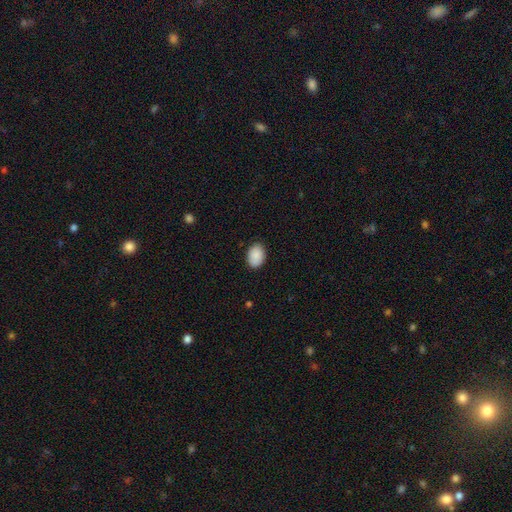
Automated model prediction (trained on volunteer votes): Smooth or featured: smooth — 90% (star or artifact — 7%)
How rounded: in between — 83% (round — 16%)
Merging: none — 87% (minor disturbance — 10%)